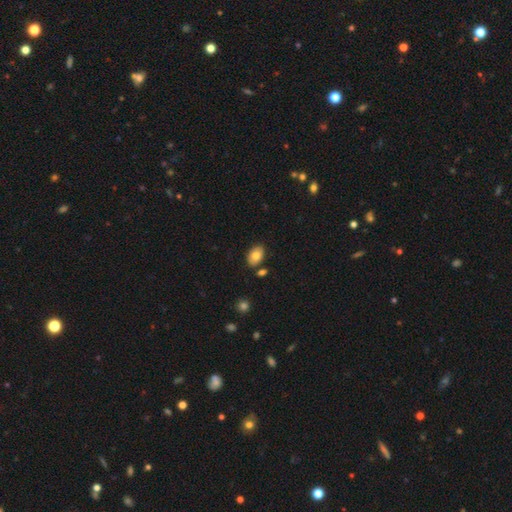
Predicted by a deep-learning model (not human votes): Smooth or featured? Predicted: smooth (p=0.81). How rounded? Predicted: in between (p=0.89). Merging? Predicted: none (p=0.81).